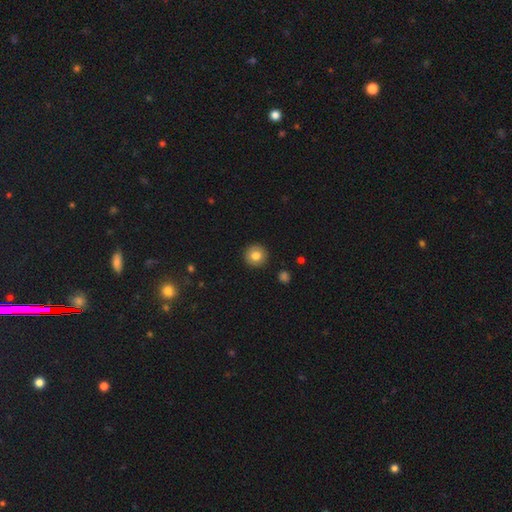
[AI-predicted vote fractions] Overall: smooth (81%). How rounded: round (95%). Merging: none (92%).